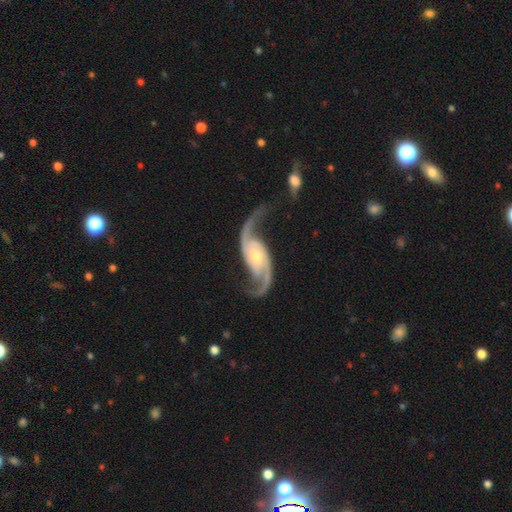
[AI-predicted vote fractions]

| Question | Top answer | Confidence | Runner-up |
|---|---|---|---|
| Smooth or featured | featured or disk | 93% | star or artifact (4%) |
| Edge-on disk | no | 97% | yes (3%) |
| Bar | no | 51% | weak (34%) |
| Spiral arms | yes | 98% | no (2%) |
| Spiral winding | loose | 58% | medium (33%) |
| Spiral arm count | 2 | 94% | can't tell (1%) |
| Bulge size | moderate | 48% | small (44%) |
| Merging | none | 67% | minor disturbance (15%) |